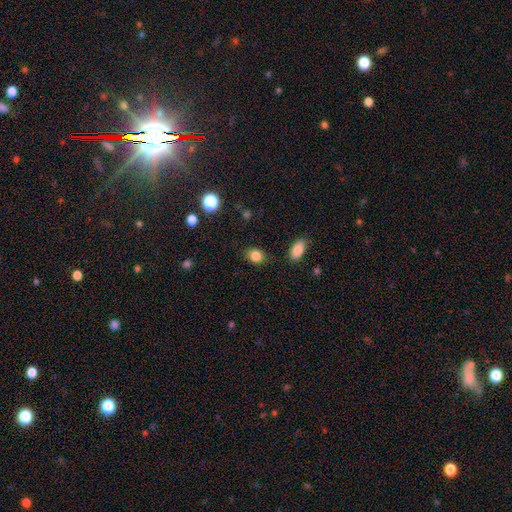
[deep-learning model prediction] A smooth galaxy with no disk features (85%) that is in between round and cigar-shaped (51%). Merging: none (83%).